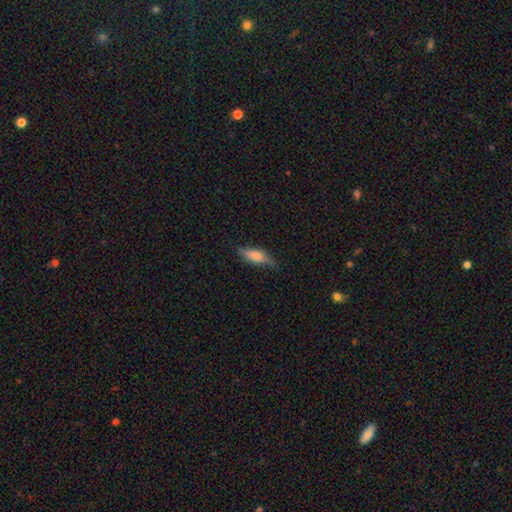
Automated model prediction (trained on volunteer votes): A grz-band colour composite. It shows a smooth galaxy with no disk features (68%) that is in between round and cigar-shaped (58%). Merging: none (64%).